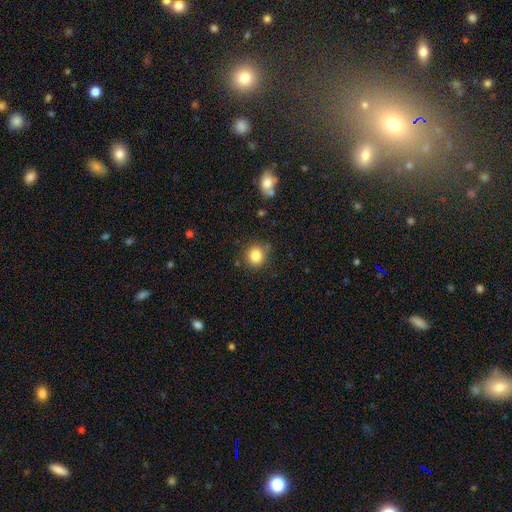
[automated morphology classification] Smooth or featured? Predicted: smooth (p=0.83). How rounded? Predicted: round (p=0.88). Merging? Predicted: none (p=0.82).